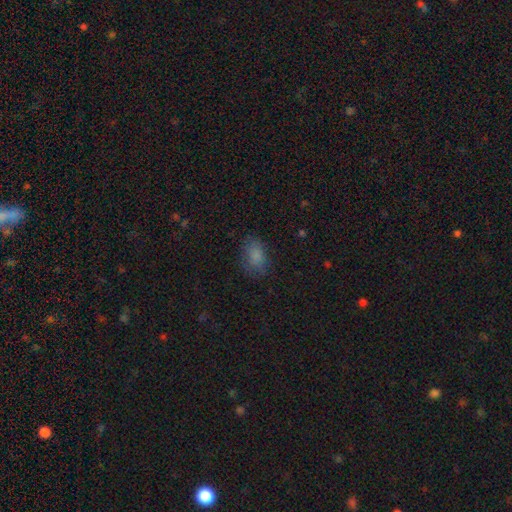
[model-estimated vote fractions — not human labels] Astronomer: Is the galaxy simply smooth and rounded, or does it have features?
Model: smooth — 82%.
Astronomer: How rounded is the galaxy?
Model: in between — 85%.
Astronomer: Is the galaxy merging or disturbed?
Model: none — 73%.